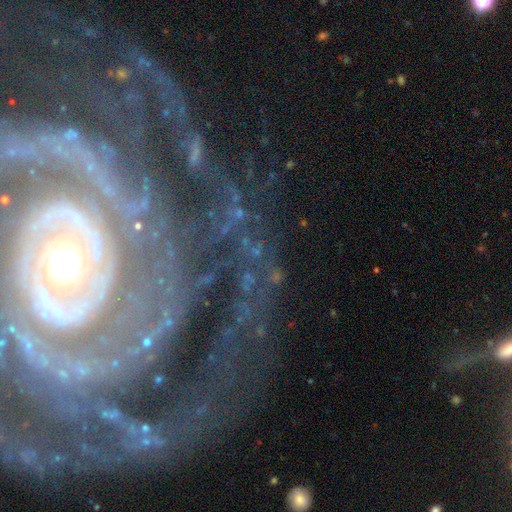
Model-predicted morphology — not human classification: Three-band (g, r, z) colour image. It shows a featured or disk galaxy (47%). Merging: none (64%).